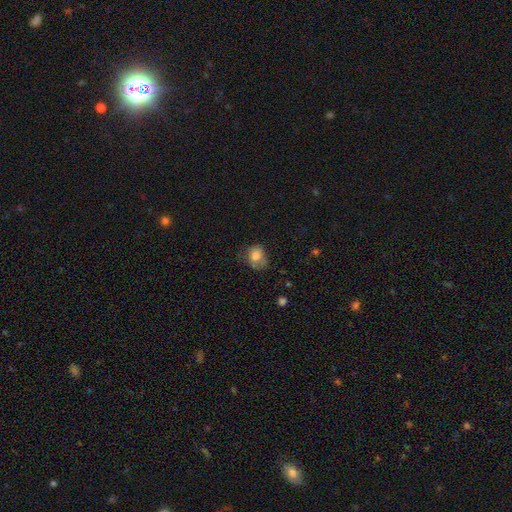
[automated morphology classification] The model was most divided on "how rounded": round: 50%, in between: 49%, cigar-shaped: 1%. Remaining: smooth or featured — smooth (77%); merging — none (42%).